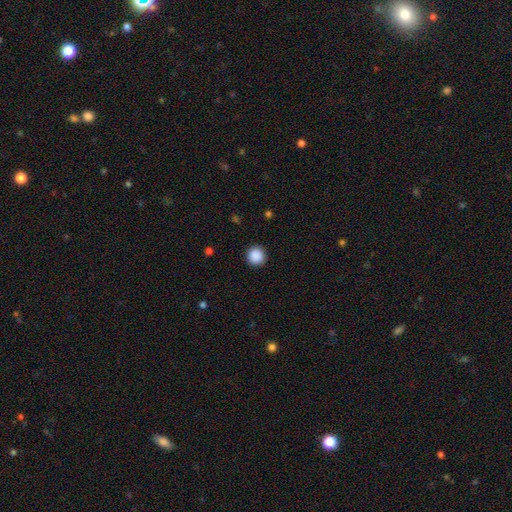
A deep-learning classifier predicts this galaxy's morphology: Smooth or featured? Predicted: smooth (p=0.89). How rounded? Predicted: round (p=0.94). Merging? Predicted: none (p=0.92).